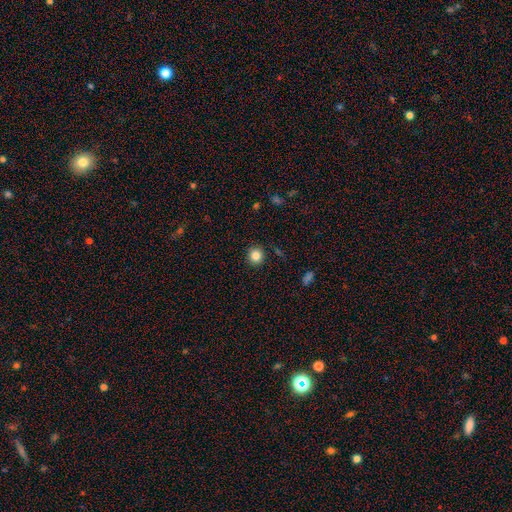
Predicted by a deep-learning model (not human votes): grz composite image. It shows a smooth galaxy with no disk features (84%) that is round (91%). Merging: none (90%).